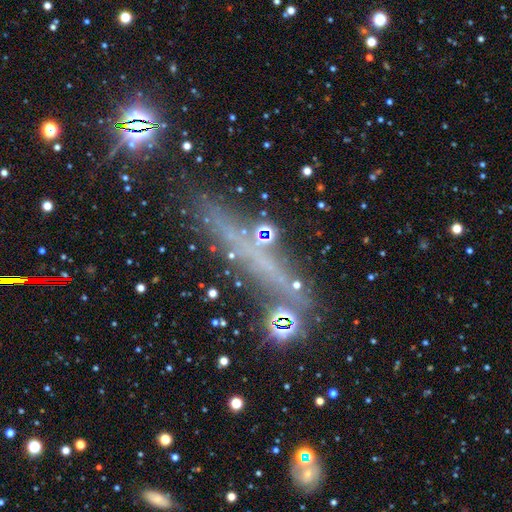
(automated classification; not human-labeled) A star or artifact, not a galaxy (36%, tied with featured or disk).

Vote fractions:
- Smooth or featured? star or artifact: 36% (tied) / featured or disk: 36% (tied) / smooth: 29%